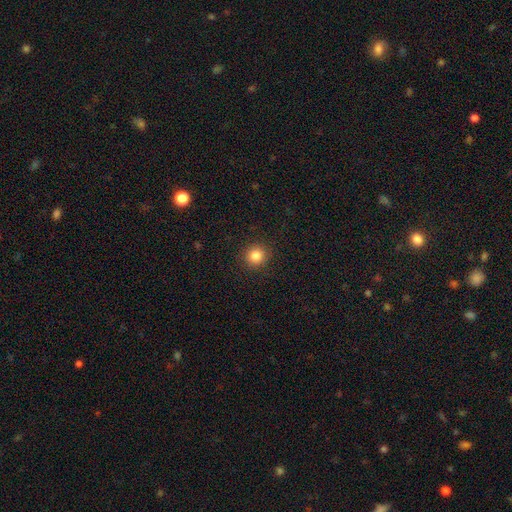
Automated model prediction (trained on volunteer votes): Overall: smooth (84%). How rounded: round (92%). Merging: none (92%).